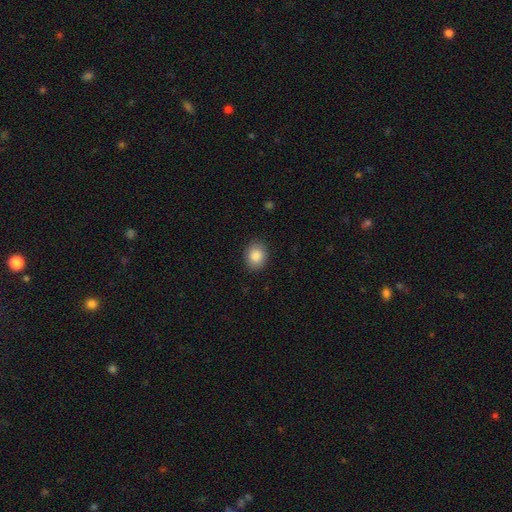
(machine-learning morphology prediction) Smooth or featured: smooth — 87% (star or artifact — 8%)
How rounded: round — 57% (in between — 42%)
Merging: none — 87% (minor disturbance — 9%)